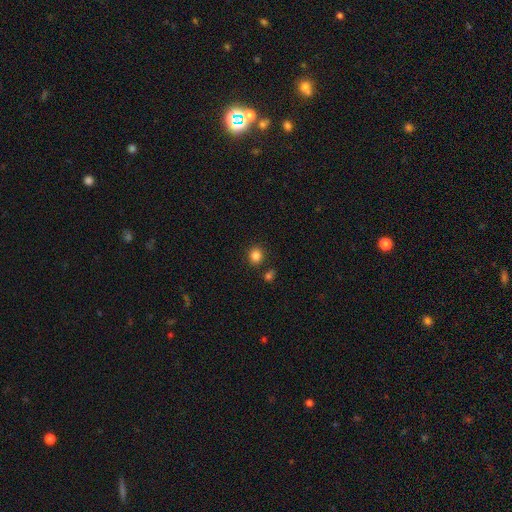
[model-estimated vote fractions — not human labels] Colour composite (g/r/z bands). It shows a smooth galaxy with no disk features (84%) that is round (79%). Merging: none (84%).